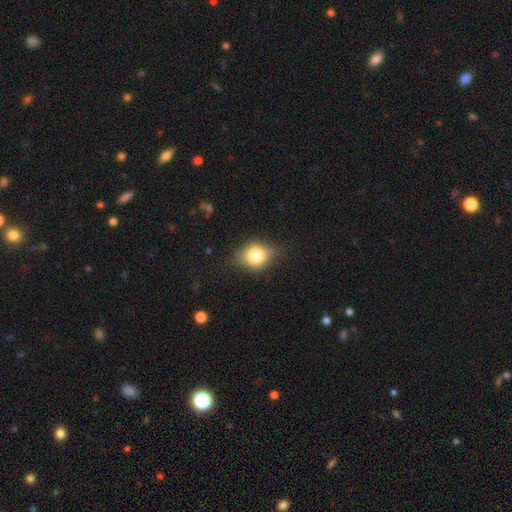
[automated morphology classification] A smooth galaxy with no disk features (78%) that is round (56%).

Vote fractions:
- Smooth or featured? smooth: 78% / featured or disk: 13% / star or artifact: 10%
- How rounded? round: 56% / in between: 43% / cigar-shaped: 2%
- Merging? none: 69% / minor disturbance: 23% / major disturbance: 6% / merger: 1%